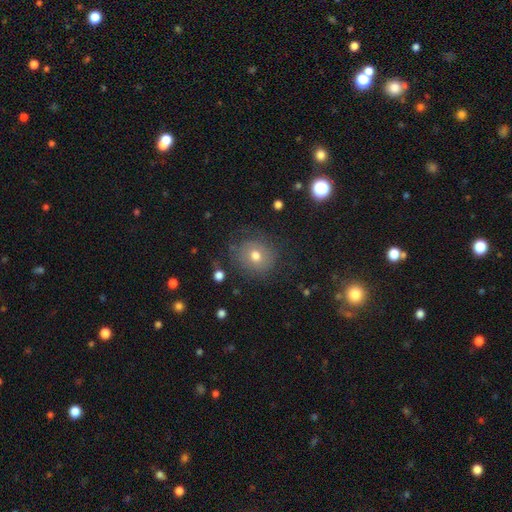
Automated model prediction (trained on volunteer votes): The model was most divided on "smooth or featured": smooth: 60%, featured or disk: 26%, star or artifact: 13%. More confident: how rounded — round (80%); merging — none (72%).